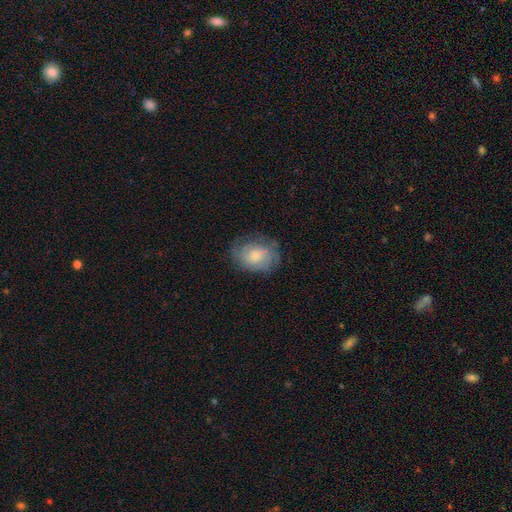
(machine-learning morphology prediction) A smooth galaxy with no disk features (50%). Merging: none (70%).